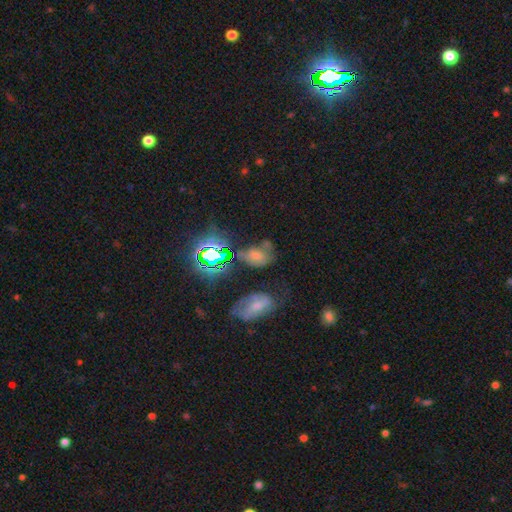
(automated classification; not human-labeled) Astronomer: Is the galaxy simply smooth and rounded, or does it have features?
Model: smooth — 44% (runner-up: star or artifact, 36%).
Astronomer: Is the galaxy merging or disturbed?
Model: none — 41% (runner-up: minor disturbance, 26%).